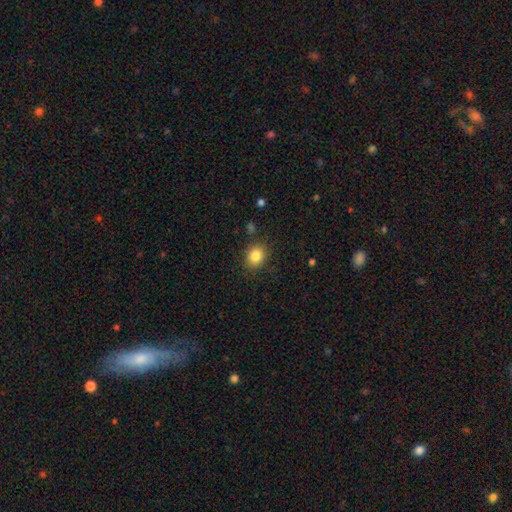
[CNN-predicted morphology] smooth-or-featured: smooth: 84% | star or artifact: 10% | featured or disk: 6%
  how-rounded: round: 63% | in between: 36% | cigar-shaped: 1%
  merging: none: 85% | minor disturbance: 10% | major disturbance: 3% | merger: 2%